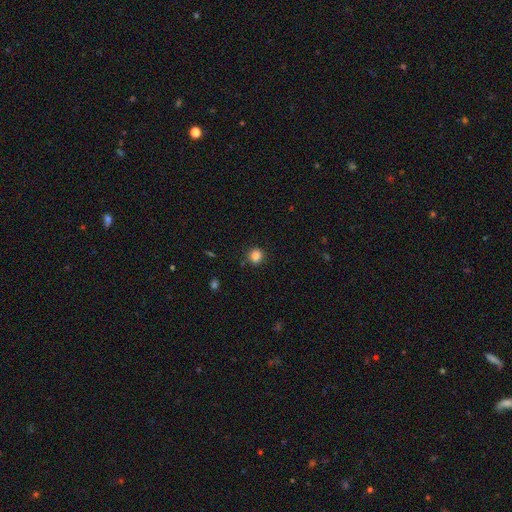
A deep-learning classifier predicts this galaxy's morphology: Smooth or featured? Predicted: smooth (p=0.85). How rounded? Predicted: round (p=0.89). Merging? Predicted: none (p=0.88).